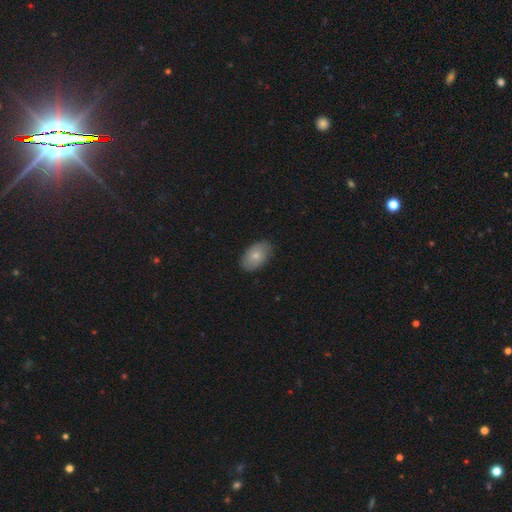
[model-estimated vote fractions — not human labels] smooth-or-featured: smooth: 76% | featured or disk: 17% | star or artifact: 6%
  how-rounded: in between: 92% | round: 7% | cigar-shaped: 1%
  merging: none: 86% | minor disturbance: 11% | major disturbance: 2% | merger: 1%